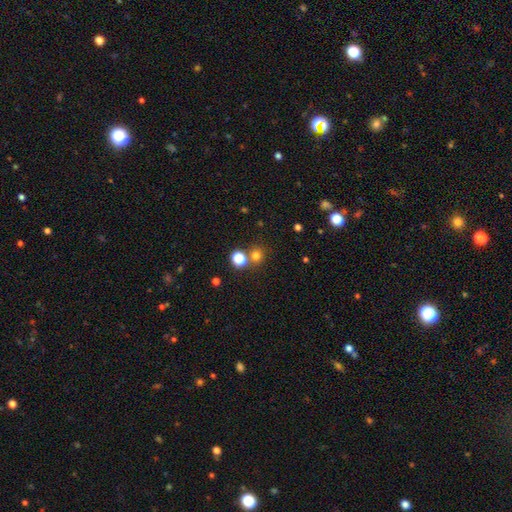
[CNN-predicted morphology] smooth 72%, star or artifact 21%, featured or disk 7%. Down the decision tree: how rounded — round (90%); merging — none (70%).